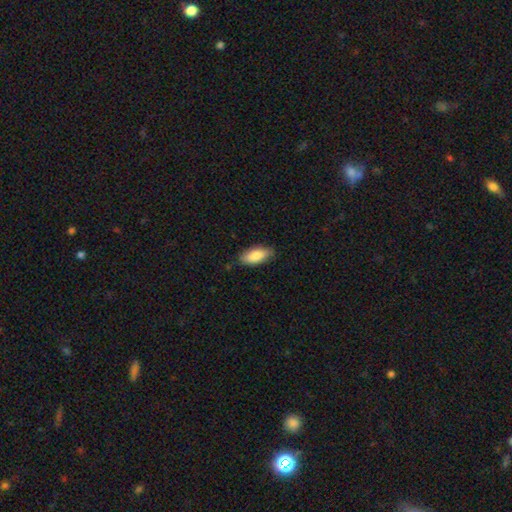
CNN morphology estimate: smooth_or_featured: smooth (p=0.84) [alt: featured or disk p=0.10]
how_rounded: in between (p=0.85) [alt: cigar-shaped p=0.13]
merging: none (p=0.83) [alt: minor disturbance p=0.14]